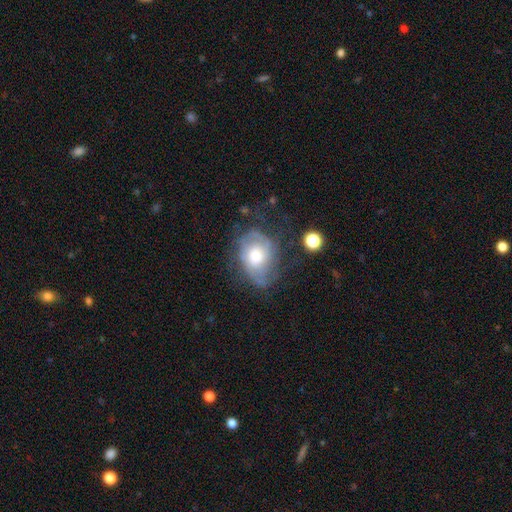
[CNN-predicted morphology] A featured or disk galaxy (66%) with no bar (75%), 2 (38%) tight (42%) spiral arms (81%) and a moderate central bulge (59%). Merging: none (49%).